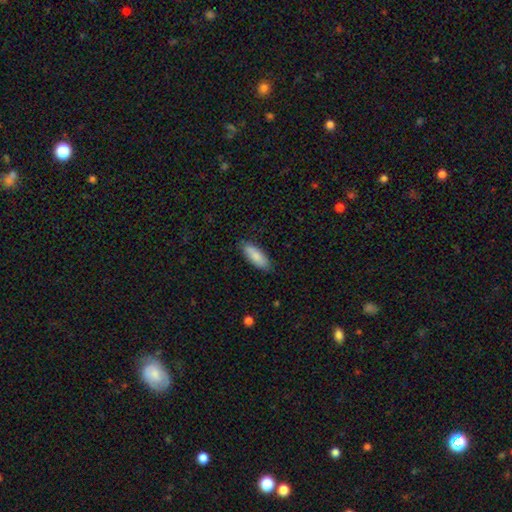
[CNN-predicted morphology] smooth_or_featured: smooth (p=0.85) [alt: featured or disk p=0.09]
how_rounded: in between (p=0.68) [alt: cigar-shaped p=0.30]
merging: none (p=0.83) [alt: minor disturbance p=0.13]